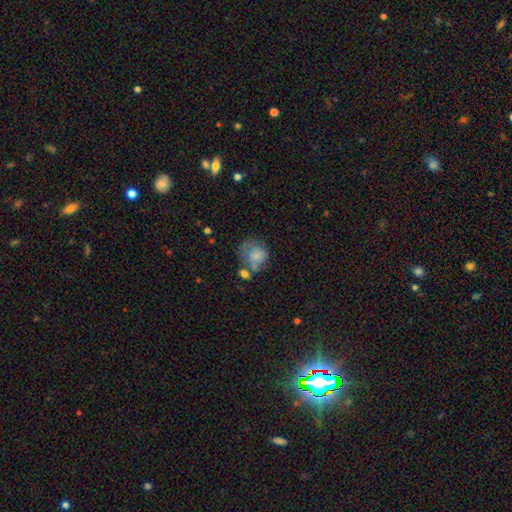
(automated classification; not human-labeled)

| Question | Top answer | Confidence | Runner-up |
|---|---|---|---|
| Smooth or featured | smooth | 64% | featured or disk (26%) |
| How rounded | round | 61% | in between (38%) |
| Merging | none | 31% | major disturbance (26%) |